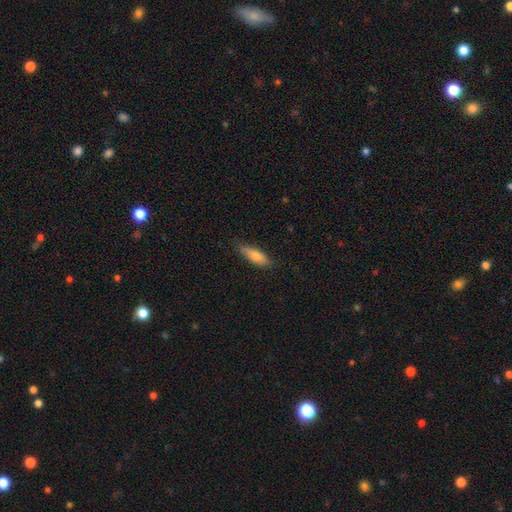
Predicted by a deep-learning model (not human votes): Q: Smooth or featured?
A: smooth (74%); runner-up: featured or disk (20%)
Q: How rounded?
A: in between (57%); runner-up: cigar-shaped (41%)
Q: Merging?
A: none (78%); runner-up: minor disturbance (18%)